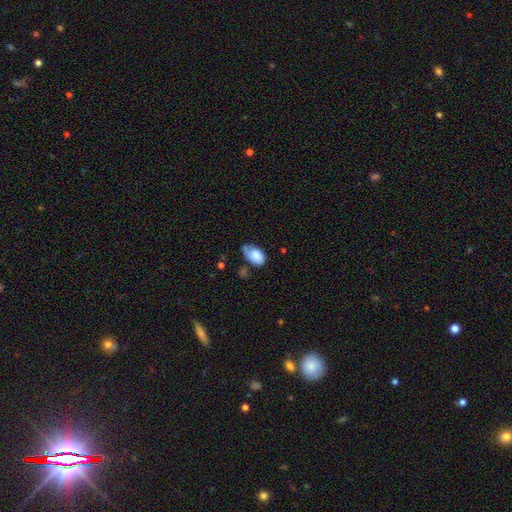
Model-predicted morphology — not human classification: Smooth or featured: smooth — 76% (featured or disk — 18%)
How rounded: in between — 92% (round — 7%)
Merging: none — 40% (minor disturbance — 38%)